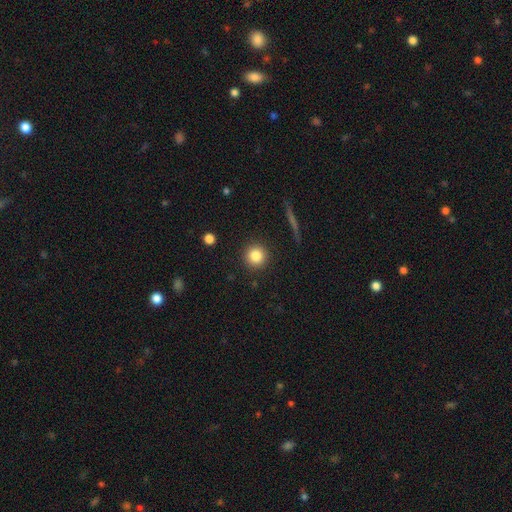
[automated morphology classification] Smooth or featured? smooth (83%)
How rounded? round (94%)
Merging? none (91%)